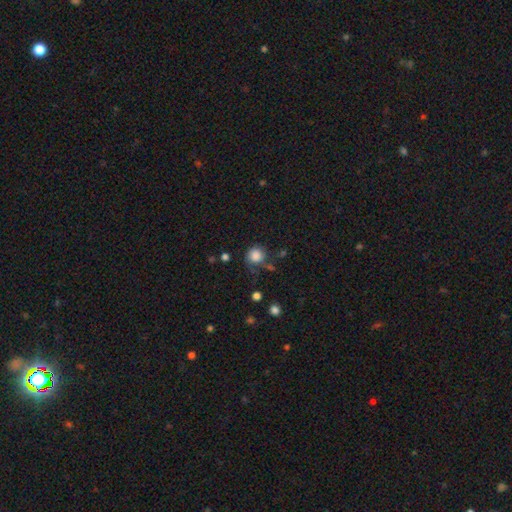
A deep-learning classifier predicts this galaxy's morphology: Overall: smooth (81%). How rounded: round (83%). Merging: none (51%; minor disturbance 26%).